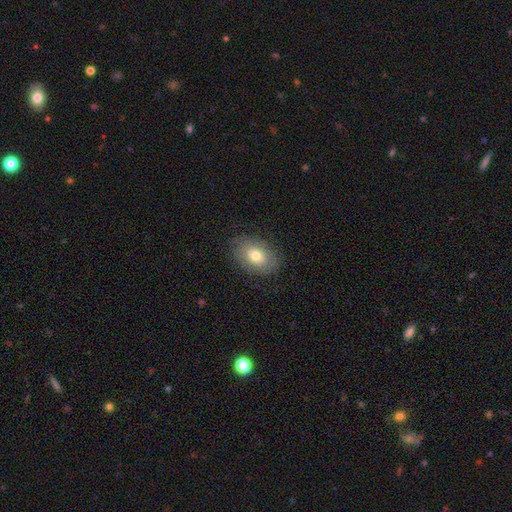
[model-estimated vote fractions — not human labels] smooth-or-featured: smooth: 71% | featured or disk: 21% | star or artifact: 8%
  how-rounded: in between: 83% | round: 16% | cigar-shaped: 1%
  merging: none: 83% | minor disturbance: 12% | major disturbance: 4% | merger: 1%